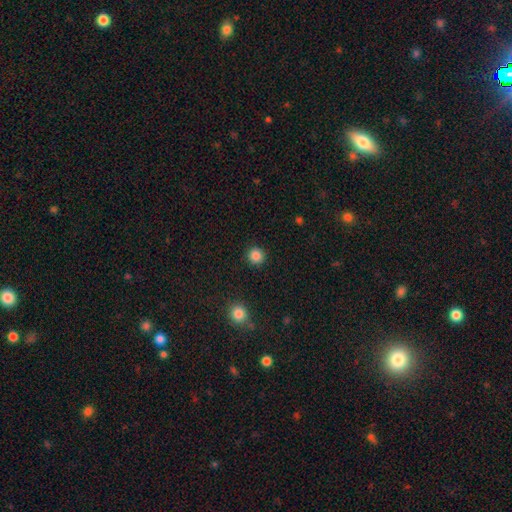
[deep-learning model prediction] Q: Smooth or featured?
A: smooth (86%); runner-up: star or artifact (11%)
Q: How rounded?
A: round (95%); runner-up: in between (4%)
Q: Merging?
A: none (92%); runner-up: minor disturbance (5%)